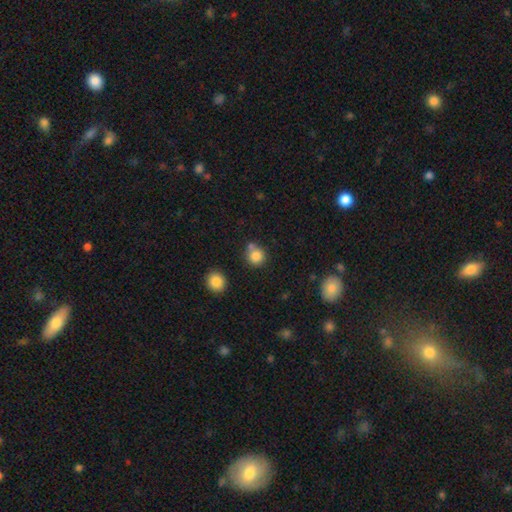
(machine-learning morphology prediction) This appears to be a smooth galaxy with no disk features (82%) that is round (88%). Merging: none (63%).